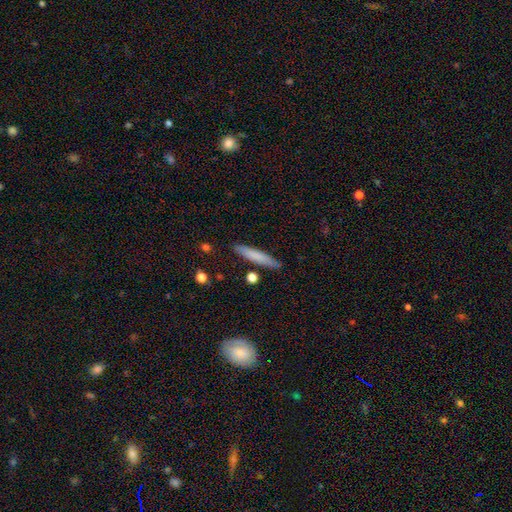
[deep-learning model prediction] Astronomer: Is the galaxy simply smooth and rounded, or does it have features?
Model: smooth — 74%.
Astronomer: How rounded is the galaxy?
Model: cigar-shaped — 91%.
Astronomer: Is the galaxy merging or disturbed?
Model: none — 86%.